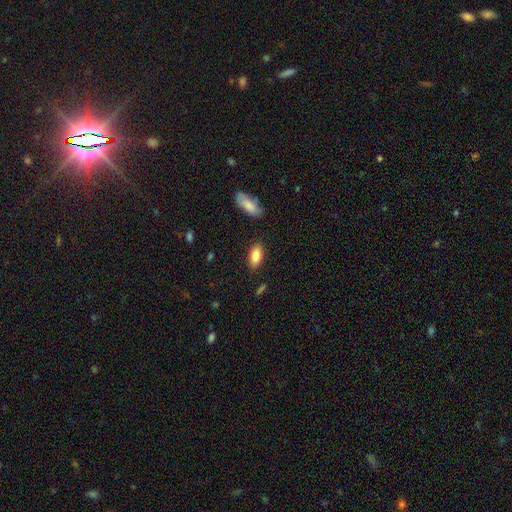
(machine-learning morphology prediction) A smooth galaxy with no disk features (85%) that is in between round and cigar-shaped (87%). Merging: none (86%).